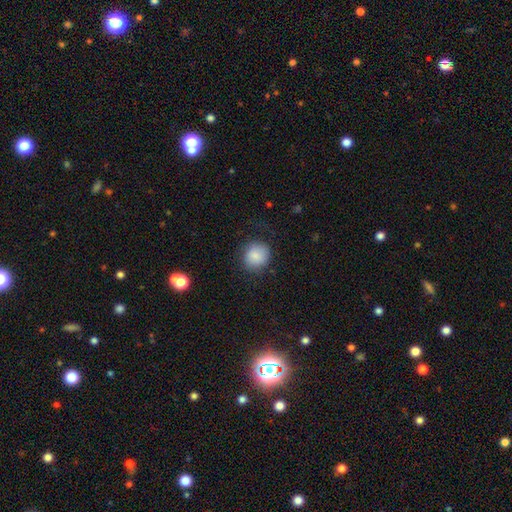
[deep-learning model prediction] A smooth galaxy with no disk features (86%) that is round (83%). Merging: none (77%).